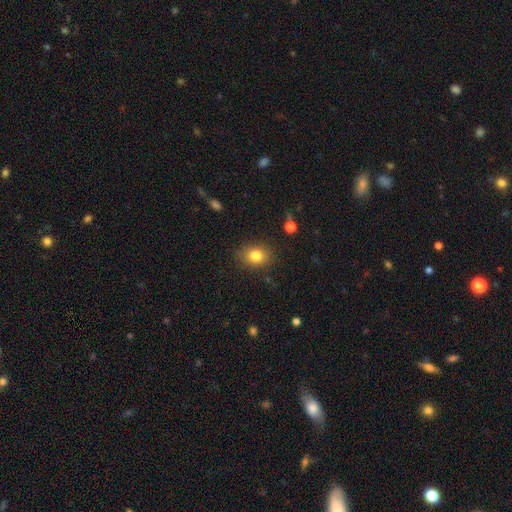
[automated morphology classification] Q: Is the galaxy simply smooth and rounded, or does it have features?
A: smooth — 82%.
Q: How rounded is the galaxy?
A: in between — 51%.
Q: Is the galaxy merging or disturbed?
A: none — 85%.